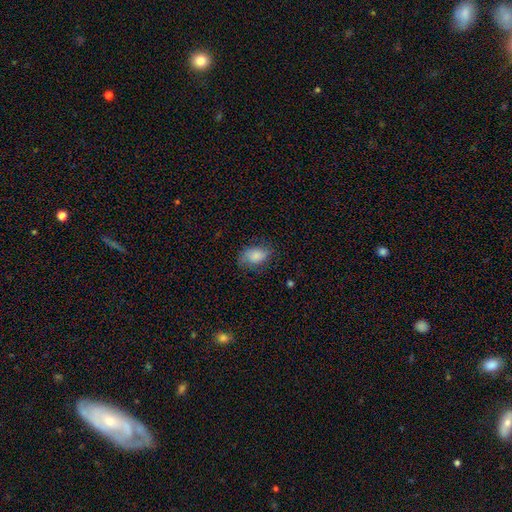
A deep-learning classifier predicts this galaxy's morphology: smooth 74%, featured or disk 18%, star or artifact 8%. Down the decision tree: how rounded — in between (84%); merging — none (63%).